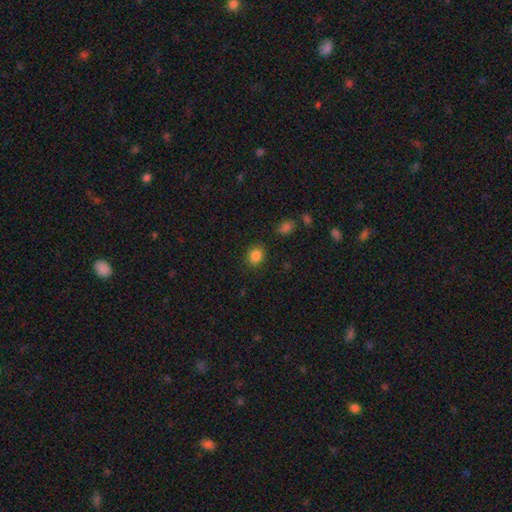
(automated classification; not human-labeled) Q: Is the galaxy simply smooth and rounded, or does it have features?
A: smooth — 85%.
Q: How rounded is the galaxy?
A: round — 55%.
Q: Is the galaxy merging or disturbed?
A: none — 86%.